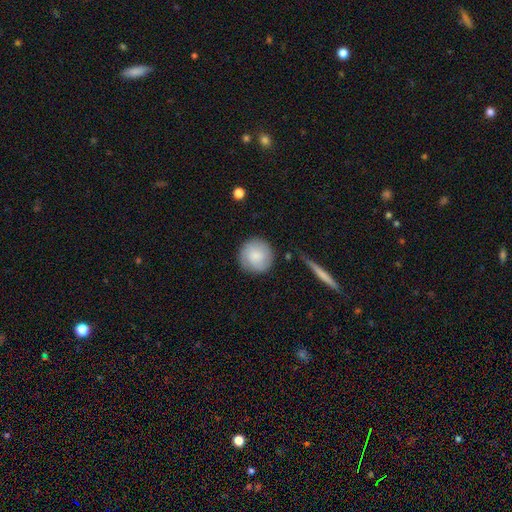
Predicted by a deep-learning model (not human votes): Smooth or featured? smooth (73%)
How rounded? round (94%)
Merging? none (84%)